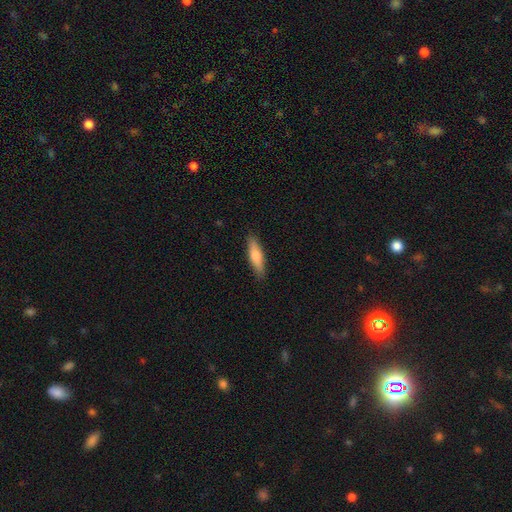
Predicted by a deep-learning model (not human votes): Smooth or featured: smooth — 68% (featured or disk — 27%)
How rounded: cigar-shaped — 66% (in between — 32%)
Merging: none — 89% (minor disturbance — 8%)